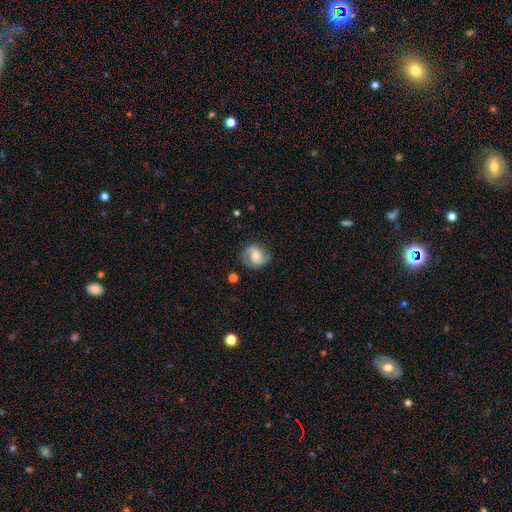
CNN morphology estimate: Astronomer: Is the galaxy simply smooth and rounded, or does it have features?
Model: featured or disk — 63%.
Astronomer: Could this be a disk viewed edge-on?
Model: no — 97%.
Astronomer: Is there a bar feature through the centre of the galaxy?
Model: no — 49% (runner-up: weak, 38%).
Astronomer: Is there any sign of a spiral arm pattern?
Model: yes — 91%.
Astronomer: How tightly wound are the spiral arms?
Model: medium — 45% (runner-up: tight, 30%).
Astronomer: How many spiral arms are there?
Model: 2 — 85%.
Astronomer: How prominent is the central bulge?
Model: moderate — 57% (runner-up: small, 33%).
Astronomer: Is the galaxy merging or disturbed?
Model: none — 76%.